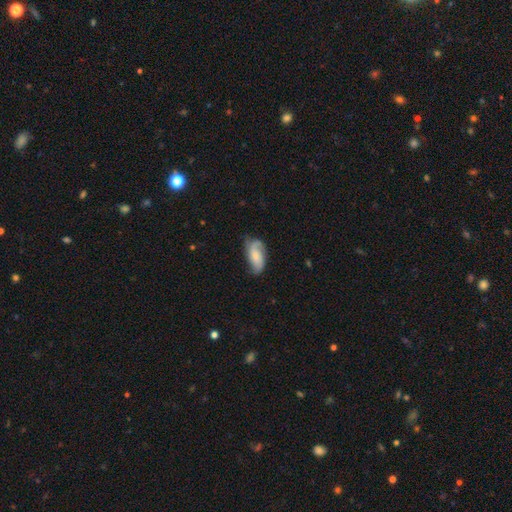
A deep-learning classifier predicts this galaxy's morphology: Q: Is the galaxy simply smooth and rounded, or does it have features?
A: featured or disk — 53%.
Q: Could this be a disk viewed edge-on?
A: no — 94%.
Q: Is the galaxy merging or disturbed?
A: none — 59%.